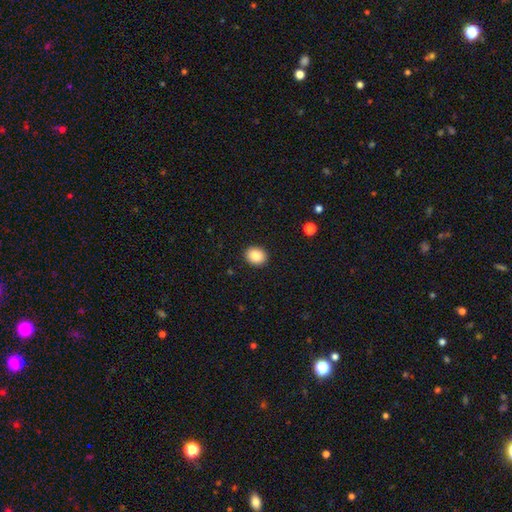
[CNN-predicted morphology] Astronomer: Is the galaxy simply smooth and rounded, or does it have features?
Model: smooth — 85%.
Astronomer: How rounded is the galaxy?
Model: round — 57% (runner-up: in between, 42%).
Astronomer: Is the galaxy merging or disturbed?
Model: none — 91%.